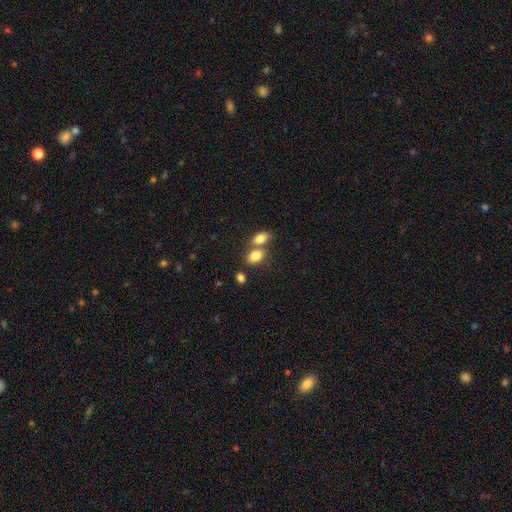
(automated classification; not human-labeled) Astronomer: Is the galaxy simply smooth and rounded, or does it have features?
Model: smooth — 83%.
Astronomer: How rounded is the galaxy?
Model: in between — 84%.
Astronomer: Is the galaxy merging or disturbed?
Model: merger — 49% (runner-up: none, 39%).